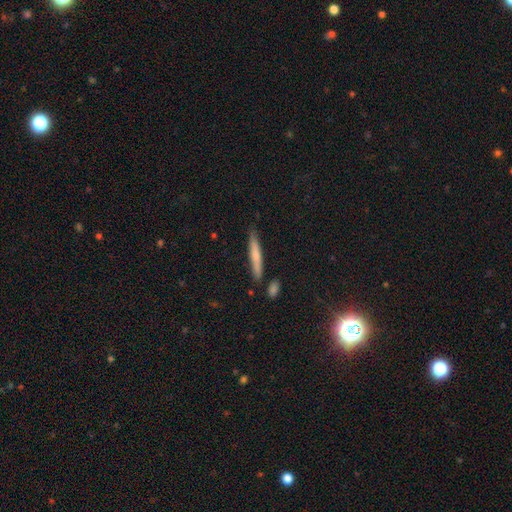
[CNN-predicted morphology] Smooth or featured?
  - smooth: 61% *
  - featured or disk: 32%
  - star or artifact: 6%
How rounded?
  - cigar-shaped: 94% *
  - in between: 5%
  - round: 1%
Merging?
  - none: 82% *
  - minor disturbance: 12%
  - merger: 4%
  - major disturbance: 2%